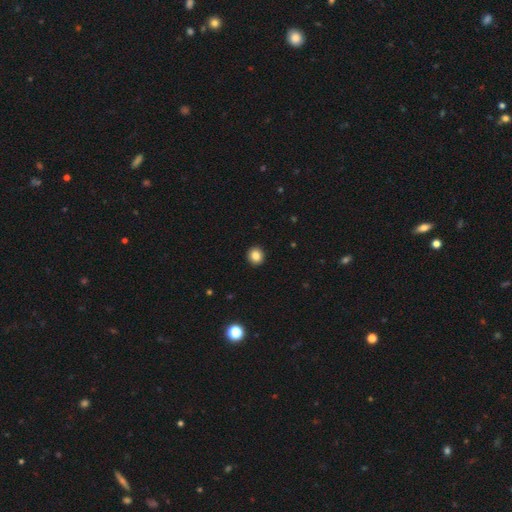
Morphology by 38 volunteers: Smooth or featured? 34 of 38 (89%) said smooth. How rounded? 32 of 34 (94%) said round. Merging? 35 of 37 (95%) said none.